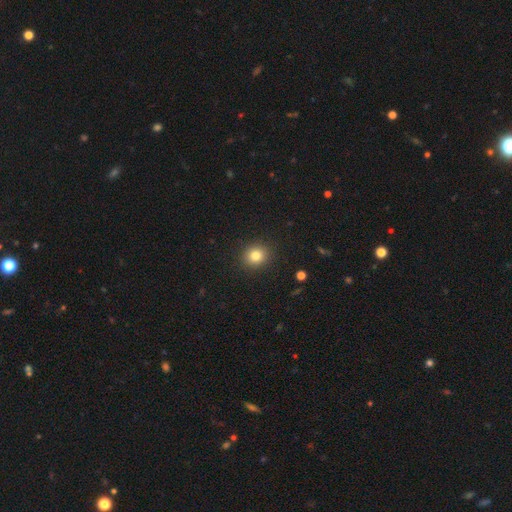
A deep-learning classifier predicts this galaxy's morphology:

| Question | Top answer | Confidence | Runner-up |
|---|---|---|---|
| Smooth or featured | smooth | 82% | star or artifact (11%) |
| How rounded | round | 80% | in between (19%) |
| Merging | none | 91% | minor disturbance (6%) |